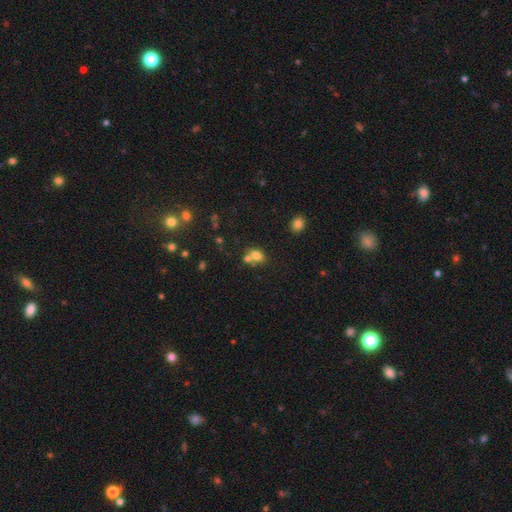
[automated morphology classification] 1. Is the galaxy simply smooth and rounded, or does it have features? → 72% smooth, 14% featured or disk, 13% star or artifact.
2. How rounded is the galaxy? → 64% in between, 34% round, 2% cigar-shaped.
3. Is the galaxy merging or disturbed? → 50% merger, 37% none, 9% minor disturbance, 4% major disturbance.